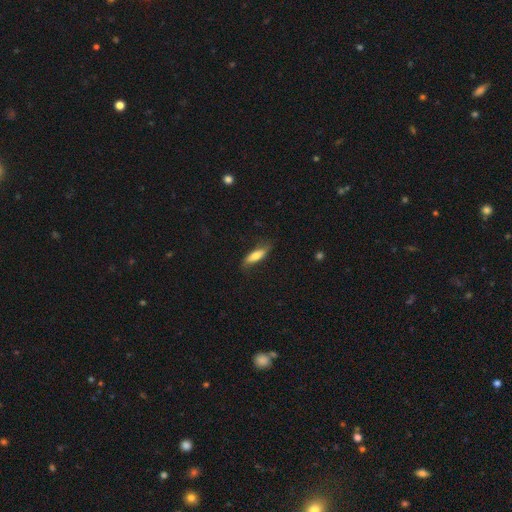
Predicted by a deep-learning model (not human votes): Q: Smooth or featured?
A: smooth (69%); runner-up: featured or disk (25%)
Q: How rounded?
A: cigar-shaped (49%); runner-up: in between (48%)
Q: Merging?
A: none (72%); runner-up: minor disturbance (20%)